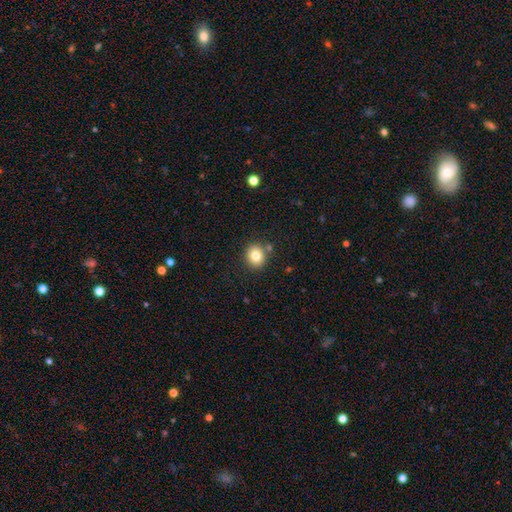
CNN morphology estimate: Smooth or featured? smooth (81%)
How rounded? round (79%)
Merging? none (84%)